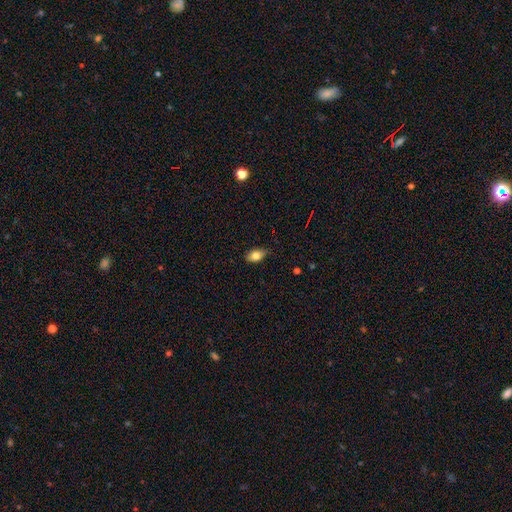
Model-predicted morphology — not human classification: smooth 80%, featured or disk 11%, star or artifact 9%. Down the decision tree: how rounded — in between (86%); merging — none (78%).